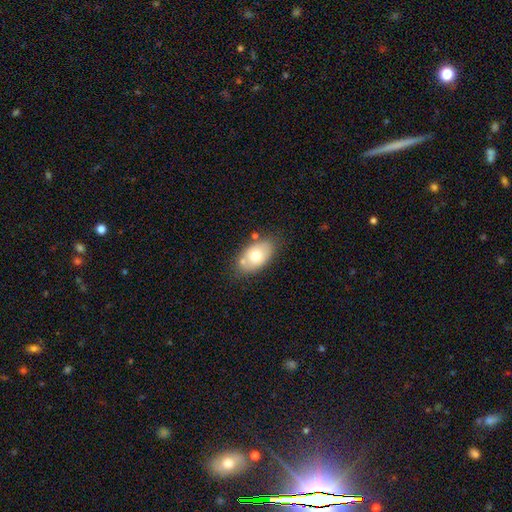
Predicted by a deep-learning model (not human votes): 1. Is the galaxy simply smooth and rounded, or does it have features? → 69% smooth, 24% featured or disk, 7% star or artifact.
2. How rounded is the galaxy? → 90% in between, 8% round, 2% cigar-shaped.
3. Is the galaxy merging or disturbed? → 70% none, 17% minor disturbance, 9% merger, 4% major disturbance.